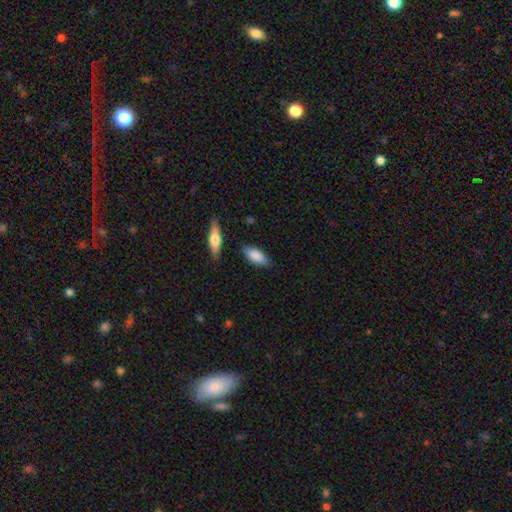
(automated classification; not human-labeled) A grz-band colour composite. It shows a smooth galaxy with no disk features (82%) that is in between round and cigar-shaped (80%). Merging: none (77%).